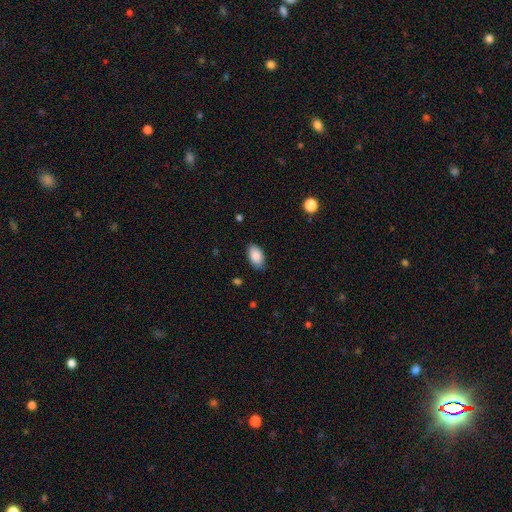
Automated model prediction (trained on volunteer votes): Smooth or featured? Predicted: smooth (p=0.87). How rounded? Predicted: in between (p=0.93). Merging? Predicted: none (p=0.81).